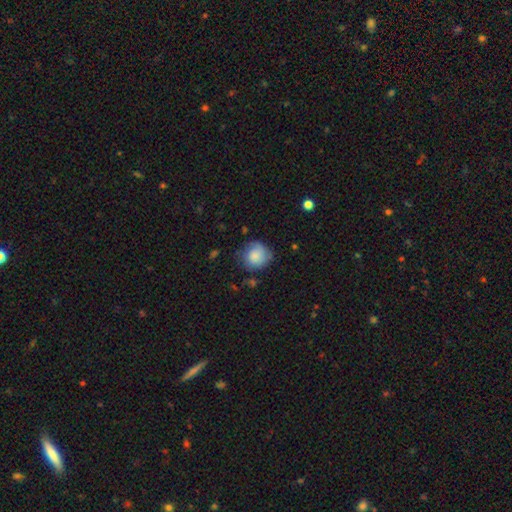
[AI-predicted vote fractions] smooth_or_featured: smooth (p=0.77) [alt: featured or disk p=0.15]
how_rounded: round (p=0.84) [alt: in between p=0.15]
merging: none (p=0.62) [alt: minor disturbance p=0.27]